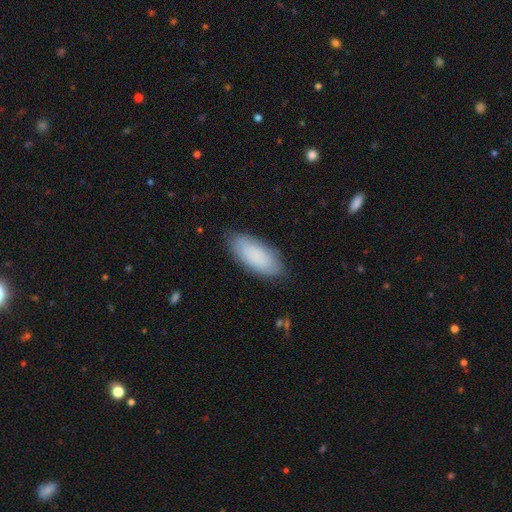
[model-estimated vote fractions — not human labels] This is clearly a smooth galaxy (85%). How rounded: clearly in between (87%). Merging: clearly none (83%).